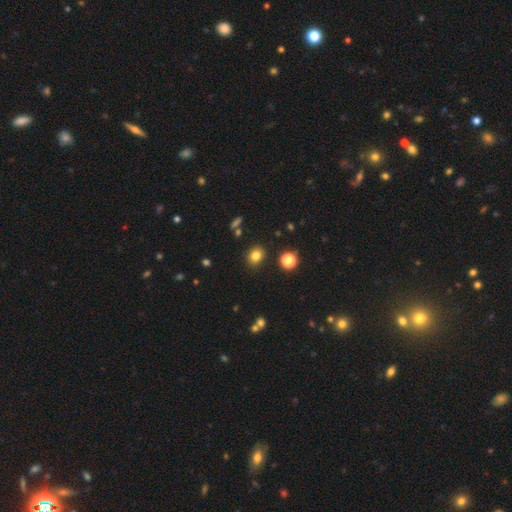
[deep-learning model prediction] A smooth galaxy with no disk features (81%) that is round (62%).

Vote fractions:
- Smooth or featured? smooth: 81% / star or artifact: 13% / featured or disk: 6%
- How rounded? round: 62% / in between: 37% / cigar-shaped: 1%
- Merging? none: 87% / minor disturbance: 8% / merger: 3% / major disturbance: 2%